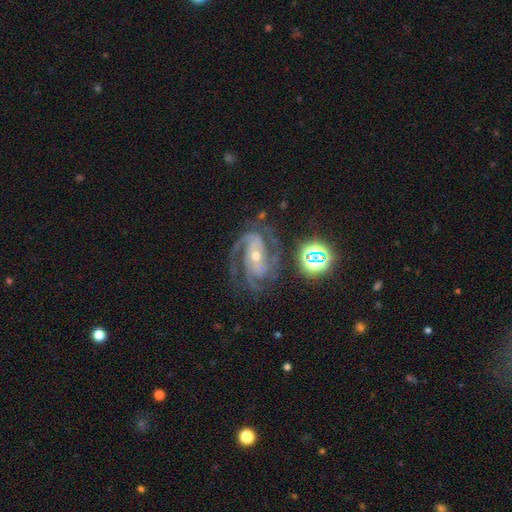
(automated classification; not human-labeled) Smooth or featured? featured or disk (89%)
Edge-on disk? no (97%)
Bar? weak (37%)
Spiral arms? yes (98%)
Spiral winding? medium (48%)
Spiral arm count? 2 (38%)
Bulge size? small (57%)
Merging? none (67%)